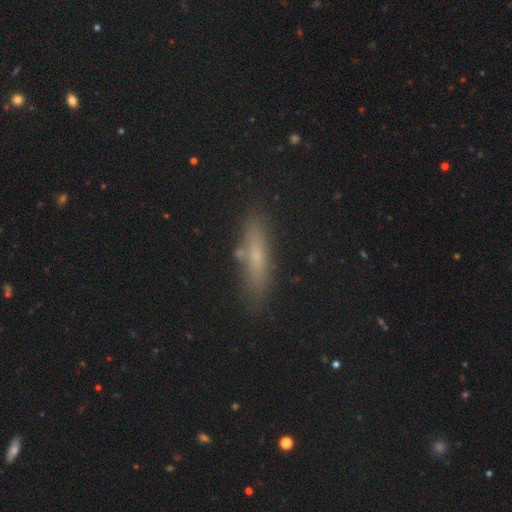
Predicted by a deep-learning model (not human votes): Overall: smooth (58%; featured or disk 30%). How rounded: cigar-shaped (81%). Merging: none (83%).